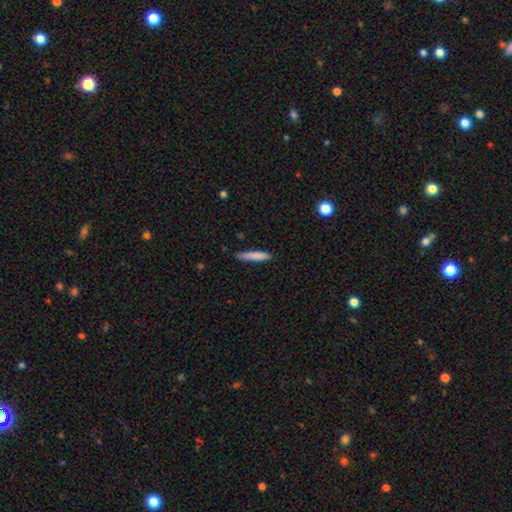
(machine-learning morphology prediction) Smooth or featured?
  - smooth: 82% *
  - featured or disk: 12%
  - star or artifact: 6%
How rounded?
  - cigar-shaped: 92% *
  - in between: 7%
  - round: 1%
Merging?
  - none: 81% *
  - minor disturbance: 15%
  - major disturbance: 2%
  - merger: 2%